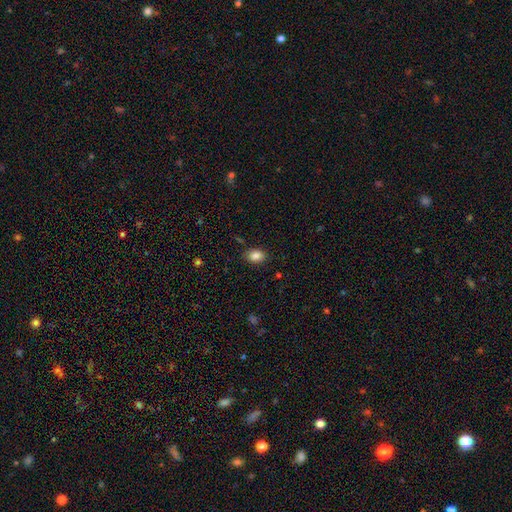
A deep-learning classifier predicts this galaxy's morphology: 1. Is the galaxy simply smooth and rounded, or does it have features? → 86% smooth, 9% star or artifact, 5% featured or disk.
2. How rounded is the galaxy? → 73% in between, 26% round, 1% cigar-shaped.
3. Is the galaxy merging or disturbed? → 85% none, 11% minor disturbance, 3% major disturbance, 1% merger.